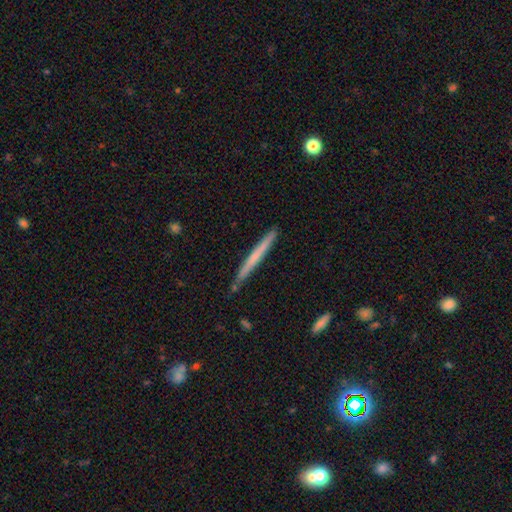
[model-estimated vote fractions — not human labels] The model was most divided on "smooth or featured": smooth: 53%, featured or disk: 41%, star or artifact: 6%. More confident: how rounded — cigar-shaped (97%); merging — none (87%).